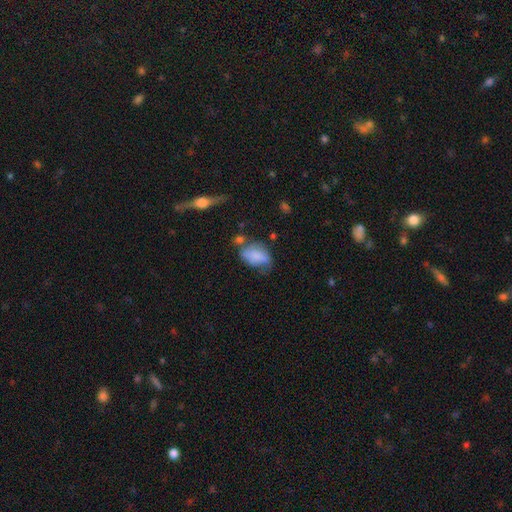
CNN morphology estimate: This appears to be a smooth galaxy with no disk features (70%) that is in between round and cigar-shaped (86%). Merging: none (40%).